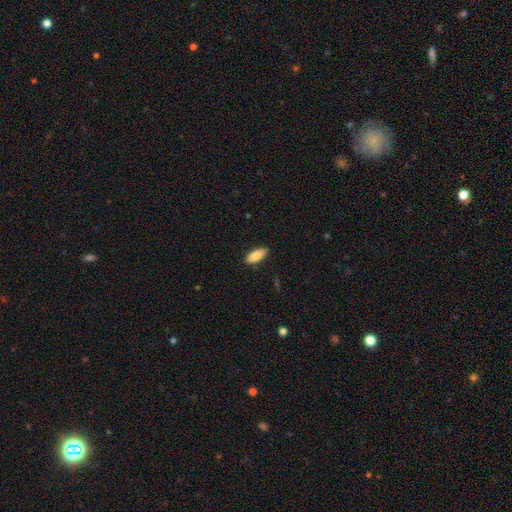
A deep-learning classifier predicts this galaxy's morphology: The model was most divided on "how rounded": in between: 80%, cigar-shaped: 18%, round: 2%. More confident: merging — none (87%); smooth or featured — smooth (86%).